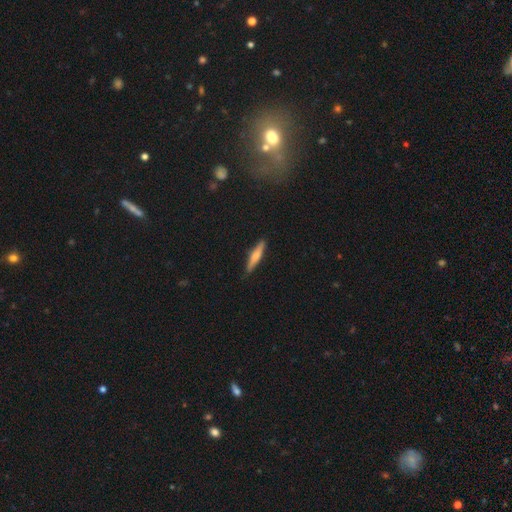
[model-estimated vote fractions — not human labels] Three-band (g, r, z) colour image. It shows a smooth galaxy with no disk features (60%) that is cigar-shaped (88%). Merging: none (89%).